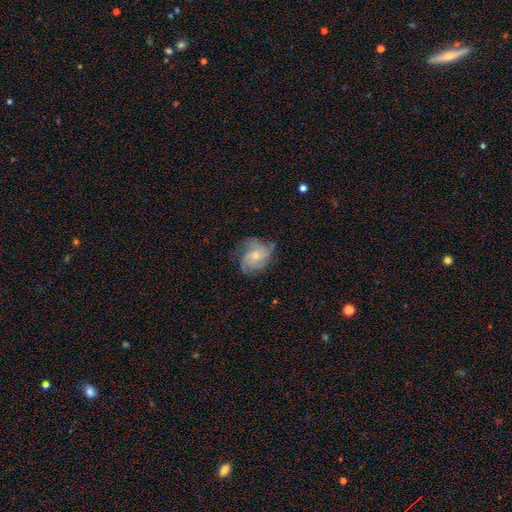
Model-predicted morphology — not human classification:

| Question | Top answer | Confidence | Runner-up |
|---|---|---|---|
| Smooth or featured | featured or disk | 69% | smooth (23%) |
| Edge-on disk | no | 98% | yes (2%) |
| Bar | no | 74% | weak (23%) |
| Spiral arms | yes | 89% | no (11%) |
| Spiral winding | medium | 43% | tight (38%) |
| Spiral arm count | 3 | 35% | can't tell (26%) |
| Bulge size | small | 49% | moderate (44%) |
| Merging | none | 58% | minor disturbance (27%) |